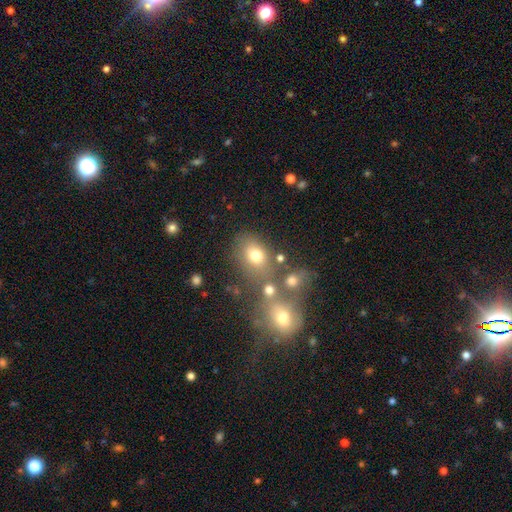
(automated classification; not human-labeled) smooth 71%, star or artifact 16%, featured or disk 13%. Down the decision tree: how rounded — in between (55%); merging — none (56%).